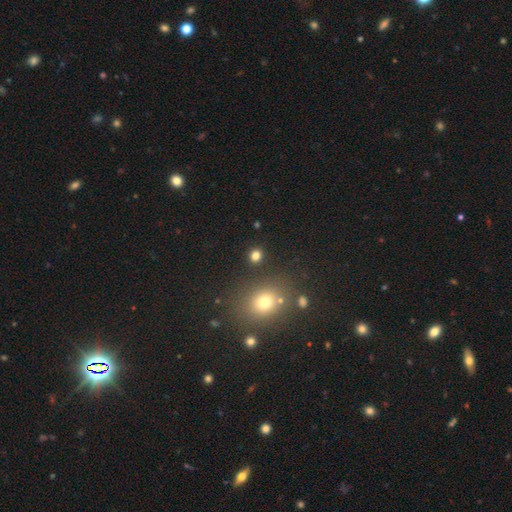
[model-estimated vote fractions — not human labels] A smooth galaxy with no disk features (78%) that is round (82%).

Vote fractions:
- Smooth or featured? smooth: 78% / star or artifact: 16% / featured or disk: 5%
- How rounded? round: 82% / in between: 17% / cigar-shaped: 1%
- Merging? none: 87% / minor disturbance: 6% / merger: 4% / major disturbance: 3%